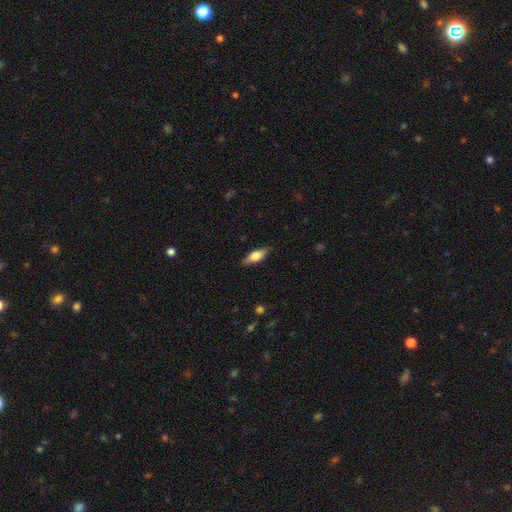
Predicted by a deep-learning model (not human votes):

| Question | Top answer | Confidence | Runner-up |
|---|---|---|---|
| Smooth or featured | smooth | 55% | featured or disk (38%) |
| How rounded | in between | 62% | cigar-shaped (34%) |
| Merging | none | 85% | minor disturbance (12%) |